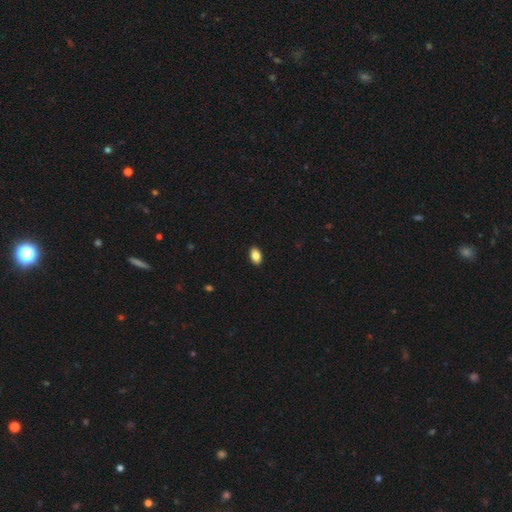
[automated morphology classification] A smooth galaxy with no disk features (86%) that is in between round and cigar-shaped (90%). Merging: none (91%).